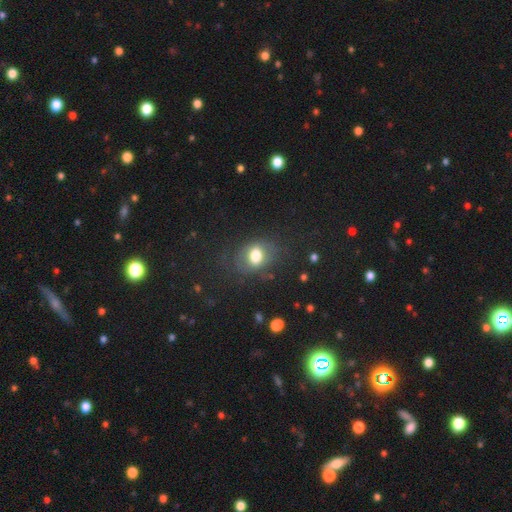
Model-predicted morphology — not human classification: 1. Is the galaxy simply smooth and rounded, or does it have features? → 70% smooth, 18% featured or disk, 12% star or artifact.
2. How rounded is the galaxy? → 62% in between, 37% round, 1% cigar-shaped.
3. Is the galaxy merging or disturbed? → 65% none, 20% minor disturbance, 13% major disturbance, 2% merger.